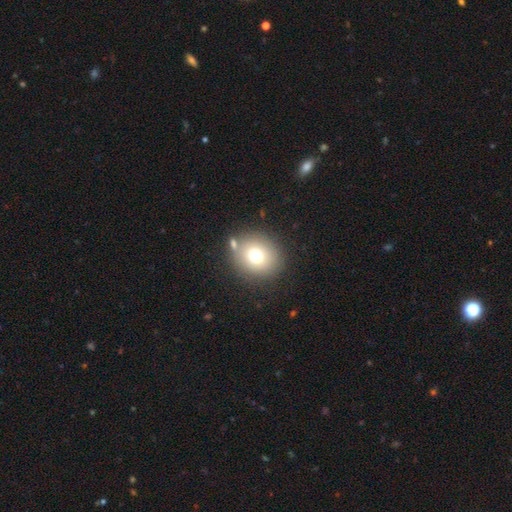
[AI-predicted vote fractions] smooth-or-featured: smooth: 73% | featured or disk: 14% | star or artifact: 13%
  how-rounded: round: 80% | in between: 19% | cigar-shaped: 1%
  merging: none: 79% | minor disturbance: 9% | merger: 8% | major disturbance: 4%